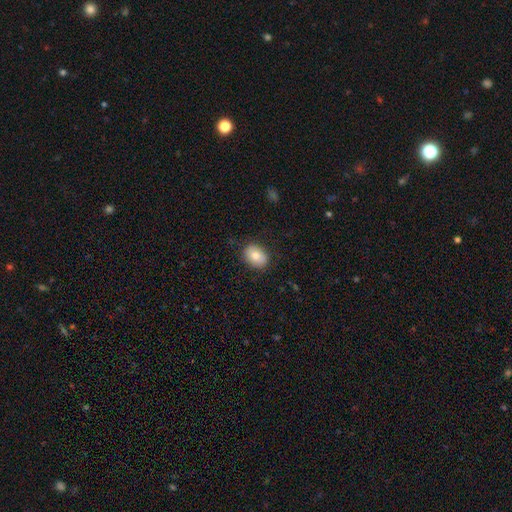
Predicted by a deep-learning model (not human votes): Overall: smooth (81%). How rounded: in between (70%). Merging: none (86%).